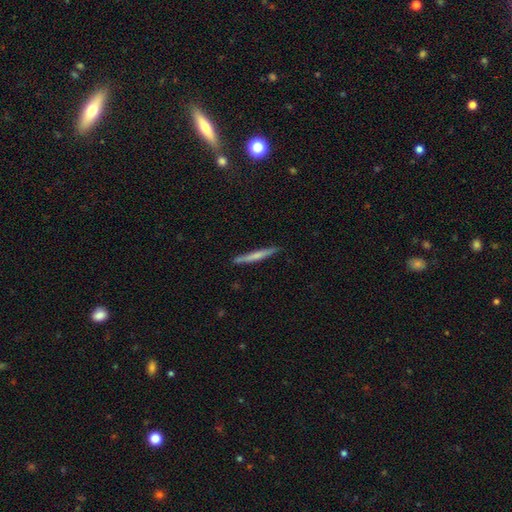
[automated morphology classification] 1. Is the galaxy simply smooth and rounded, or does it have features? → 52% smooth, 42% featured or disk, 6% star or artifact.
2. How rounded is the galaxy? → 96% cigar-shaped, 3% in between, 1% round.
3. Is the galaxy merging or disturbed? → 87% none, 10% minor disturbance, 2% merger, 2% major disturbance.